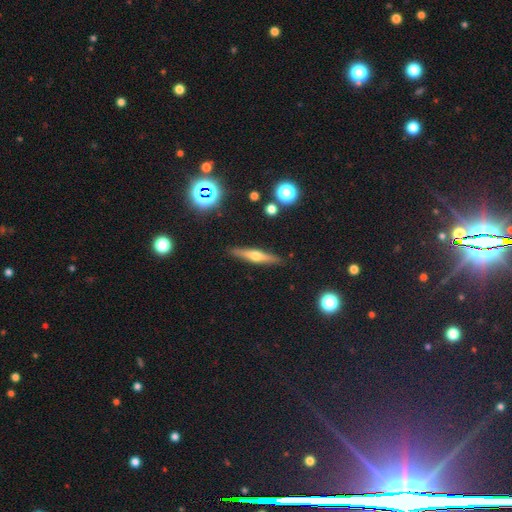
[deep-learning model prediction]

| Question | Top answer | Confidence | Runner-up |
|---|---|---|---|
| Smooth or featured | featured or disk | 61% | smooth (31%) |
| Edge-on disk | yes | 95% | no (5%) |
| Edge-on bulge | rounded | 91% | none (6%) |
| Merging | none | 89% | minor disturbance (8%) |